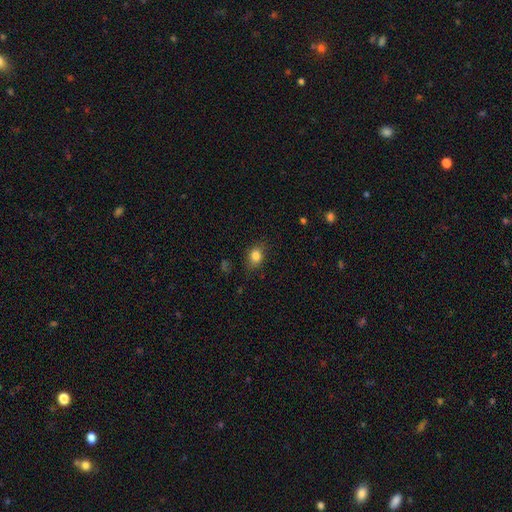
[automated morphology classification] Smooth or featured?
  - smooth: 81% *
  - star or artifact: 11%
  - featured or disk: 8%
How rounded?
  - in between: 62% *
  - round: 36%
  - cigar-shaped: 2%
Merging?
  - none: 79% *
  - minor disturbance: 16%
  - major disturbance: 4%
  - merger: 1%